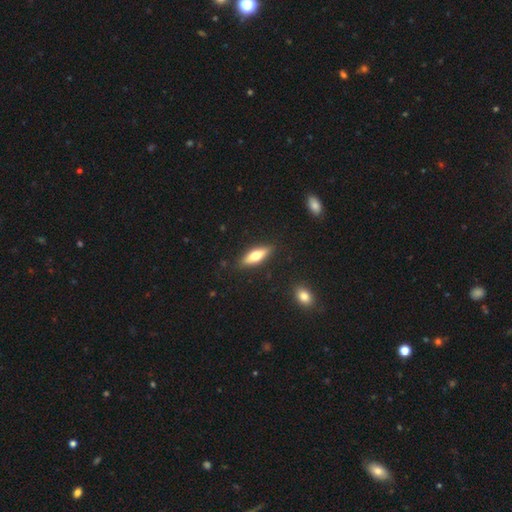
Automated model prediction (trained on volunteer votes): Smooth or featured? Predicted: smooth (p=0.61). How rounded? Predicted: in between (p=0.49, tied with cigar-shaped). Merging? Predicted: none (p=0.88).